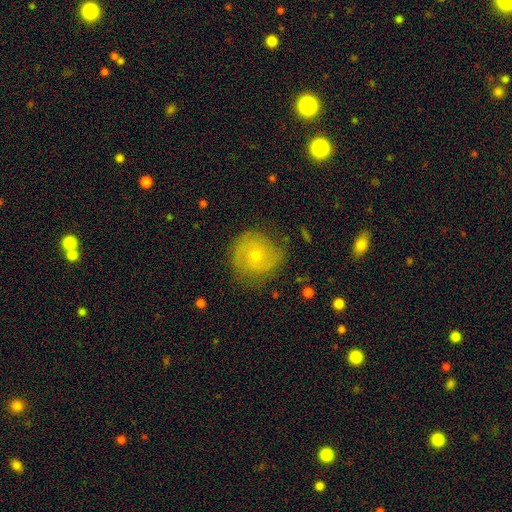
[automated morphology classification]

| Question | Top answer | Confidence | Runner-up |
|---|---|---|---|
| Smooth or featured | featured or disk | 58% | smooth (32%) |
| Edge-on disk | no | 97% | yes (3%) |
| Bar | no | 79% | weak (17%) |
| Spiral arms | yes | 81% | no (19%) |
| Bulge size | small | 61% | moderate (36%) |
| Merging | none | 77% | minor disturbance (16%) |